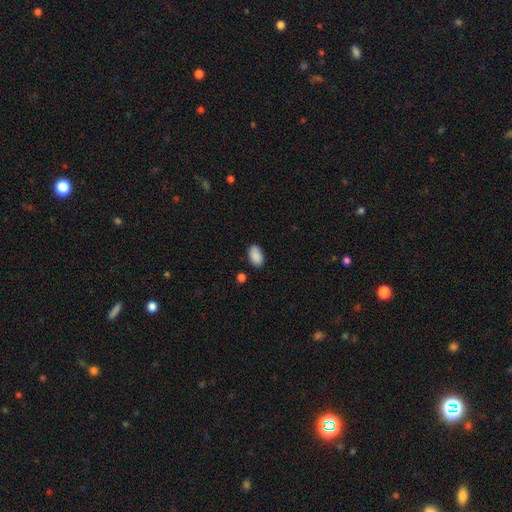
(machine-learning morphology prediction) Smooth or featured?
  - smooth: 90% *
  - star or artifact: 7%
  - featured or disk: 3%
How rounded?
  - in between: 93% *
  - round: 5%
  - cigar-shaped: 2%
Merging?
  - none: 85% *
  - minor disturbance: 10%
  - major disturbance: 2%
  - merger: 2%